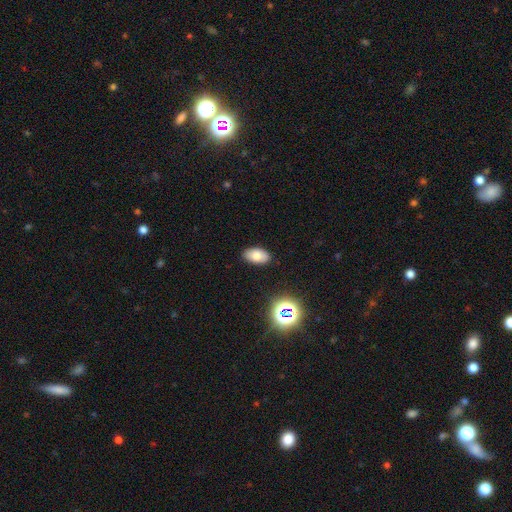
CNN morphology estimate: Smooth or featured? smooth (77%)
How rounded? in between (93%)
Merging? none (87%)